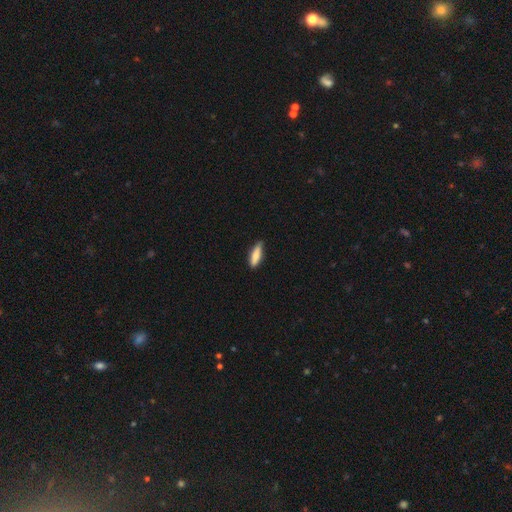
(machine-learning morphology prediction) A smooth galaxy with no disk features (80%) that is cigar-shaped (53%). Merging: none (74%).